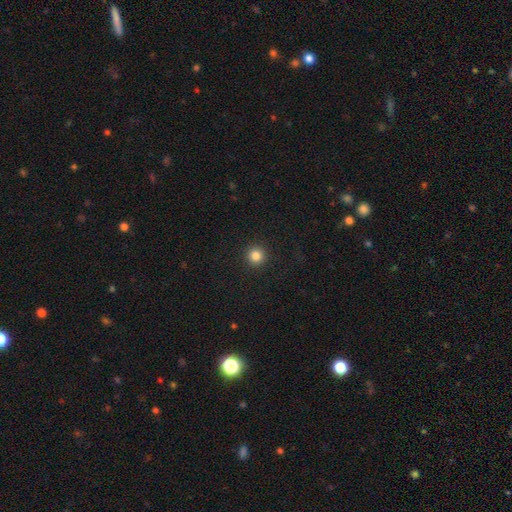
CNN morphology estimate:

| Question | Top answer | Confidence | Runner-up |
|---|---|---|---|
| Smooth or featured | smooth | 84% | star or artifact (12%) |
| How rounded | round | 96% | in between (3%) |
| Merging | none | 93% | minor disturbance (4%) |